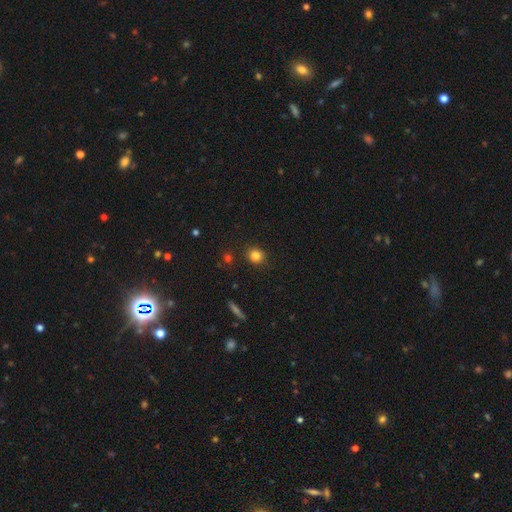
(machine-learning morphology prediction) A smooth galaxy with no disk features (82%) that is round (82%).

Vote fractions:
- Smooth or featured? smooth: 82% / star or artifact: 12% / featured or disk: 6%
- How rounded? round: 82% / in between: 17% / cigar-shaped: 1%
- Merging? none: 86% / minor disturbance: 9% / major disturbance: 2% / merger: 2%